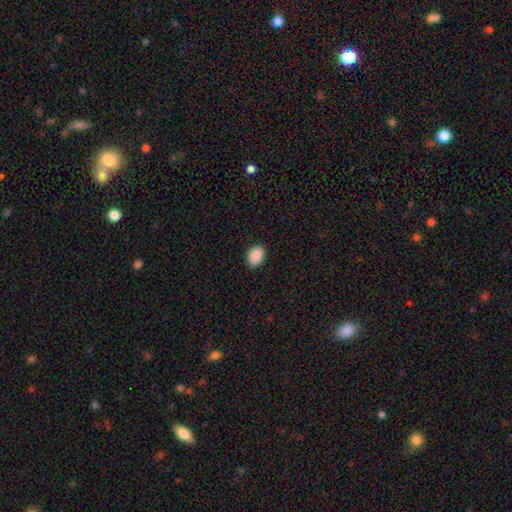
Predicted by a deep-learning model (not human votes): Smooth or featured: smooth — 90% (star or artifact — 7%)
How rounded: in between — 80% (round — 19%)
Merging: none — 87% (minor disturbance — 10%)